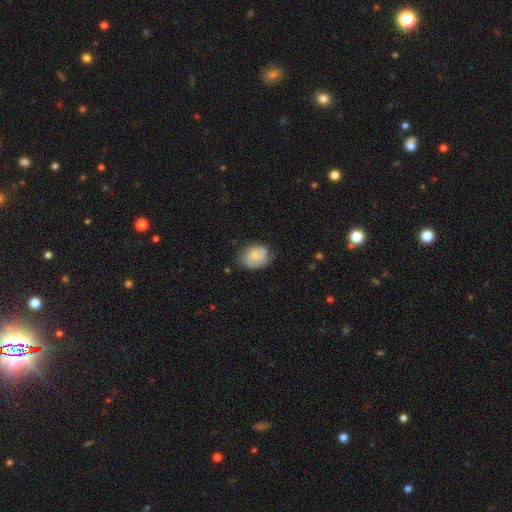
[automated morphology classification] Q: Smooth or featured?
A: smooth (69%); runner-up: featured or disk (24%)
Q: How rounded?
A: in between (65%); runner-up: round (34%)
Q: Merging?
A: none (55%); runner-up: minor disturbance (33%)